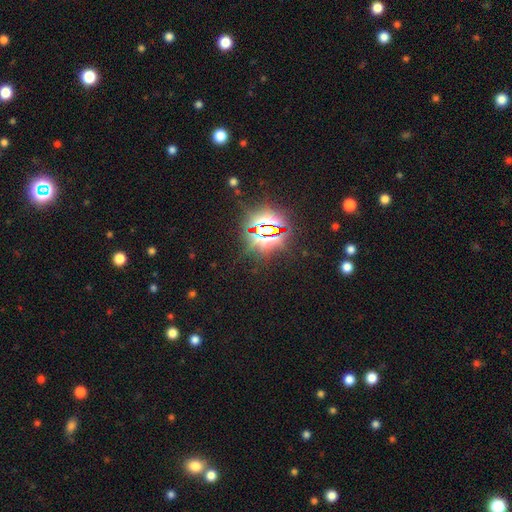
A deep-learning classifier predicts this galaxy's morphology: smooth_or_featured: star or artifact (p=0.82) [alt: smooth p=0.10]